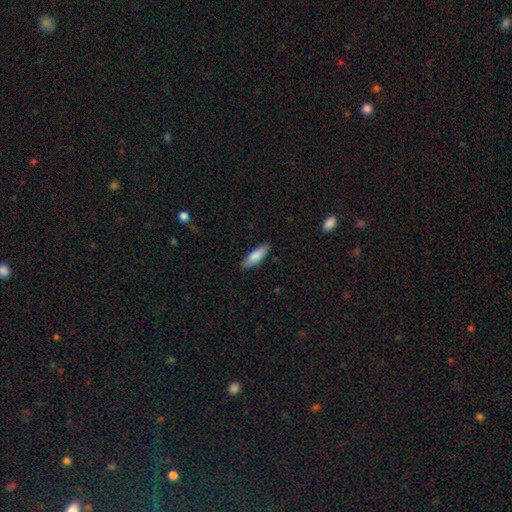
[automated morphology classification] Overall: smooth (82%). How rounded: cigar-shaped (54%; in between 45%). Merging: none (86%).